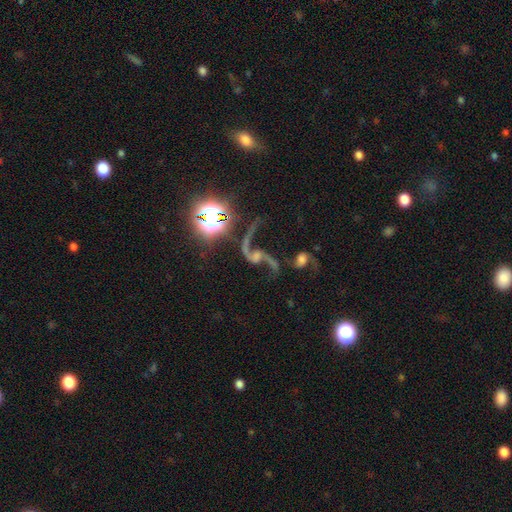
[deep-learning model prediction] Q: Smooth or featured?
A: featured or disk (74%); runner-up: star or artifact (19%)
Q: Edge-on disk?
A: no (95%); runner-up: yes (5%)
Q: Bar?
A: no (52%); runner-up: weak (29%)
Q: Spiral arms?
A: yes (92%); runner-up: no (8%)
Q: Spiral winding?
A: loose (90%); runner-up: medium (8%)
Q: Spiral arm count?
A: 2 (85%); runner-up: 1 (9%)
Q: Bulge size?
A: small (40%); runner-up: moderate (26%)
Q: Merging?
A: none (45%); runner-up: major disturbance (22%)